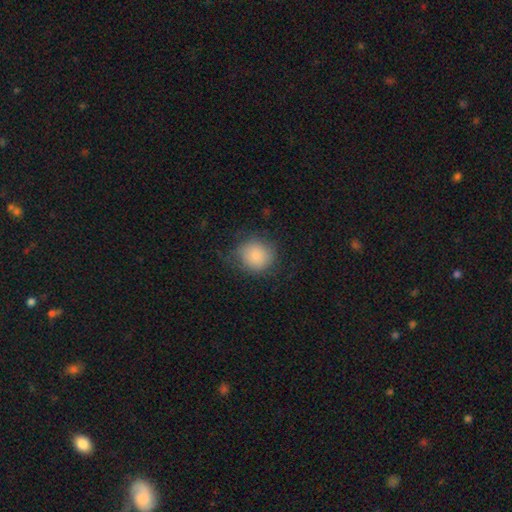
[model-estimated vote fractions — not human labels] This is clearly a smooth galaxy (83%). How rounded: clearly round (89%). Merging: likely none (72%).